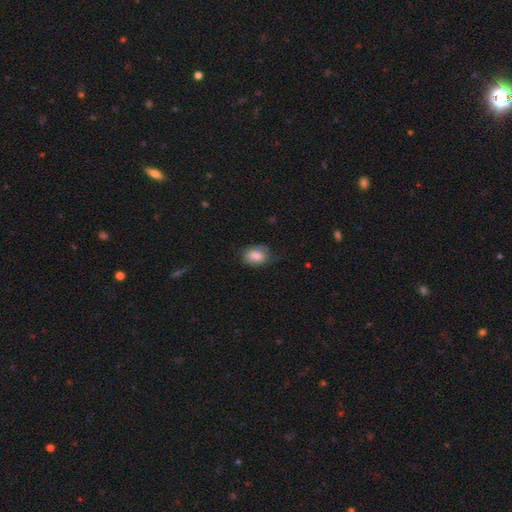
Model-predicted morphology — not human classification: smooth_or_featured: smooth (p=0.76) [alt: featured or disk p=0.17]
how_rounded: in between (p=0.77) [alt: round p=0.22]
merging: none (p=0.58) [alt: minor disturbance p=0.29]